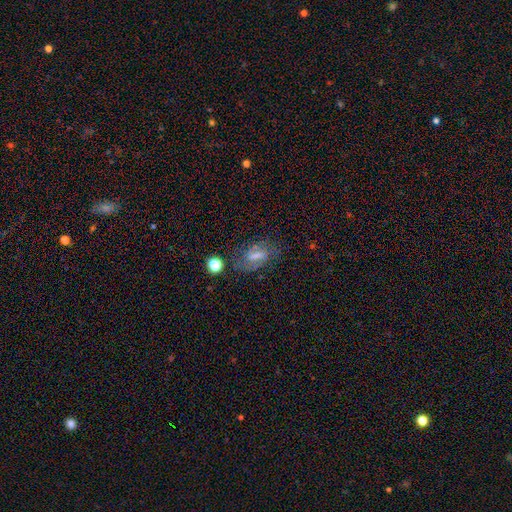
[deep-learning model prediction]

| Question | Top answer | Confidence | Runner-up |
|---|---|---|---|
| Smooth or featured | featured or disk | 46% | smooth (33%) |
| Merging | none | 72% | minor disturbance (16%) |